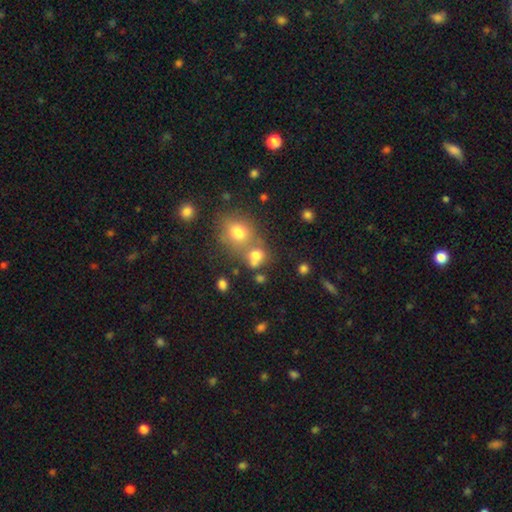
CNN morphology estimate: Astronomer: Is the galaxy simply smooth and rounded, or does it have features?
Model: smooth — 72%.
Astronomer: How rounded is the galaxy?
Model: round — 68%.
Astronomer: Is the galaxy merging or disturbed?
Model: none — 42% (runner-up: merger, 41%).